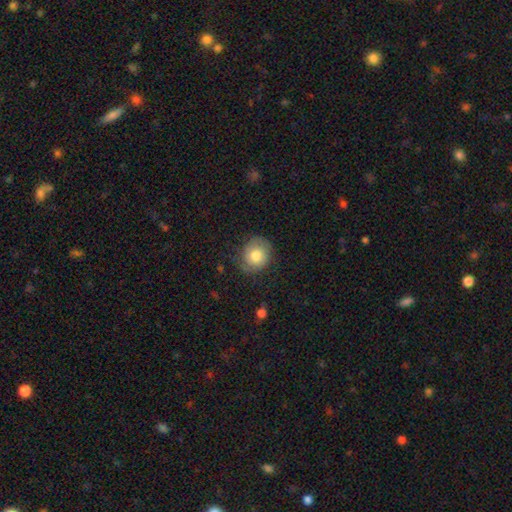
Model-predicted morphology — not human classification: Smooth or featured?
  - smooth: 68% *
  - featured or disk: 24%
  - star or artifact: 8%
How rounded?
  - round: 79% *
  - in between: 20%
  - cigar-shaped: 1%
Merging?
  - none: 69% *
  - minor disturbance: 22%
  - major disturbance: 8%
  - merger: 1%